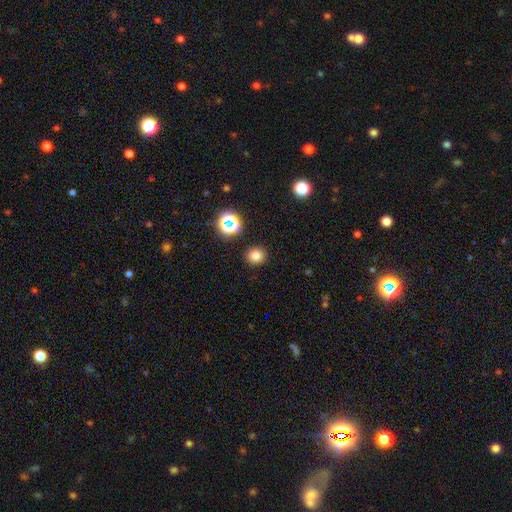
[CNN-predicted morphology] A smooth galaxy with no disk features (78%) that is round (86%).

Vote fractions:
- Smooth or featured? smooth: 78% / star or artifact: 17% / featured or disk: 5%
- How rounded? round: 86% / in between: 13% / cigar-shaped: 1%
- Merging? none: 90% / minor disturbance: 6% / major disturbance: 2% / merger: 2%